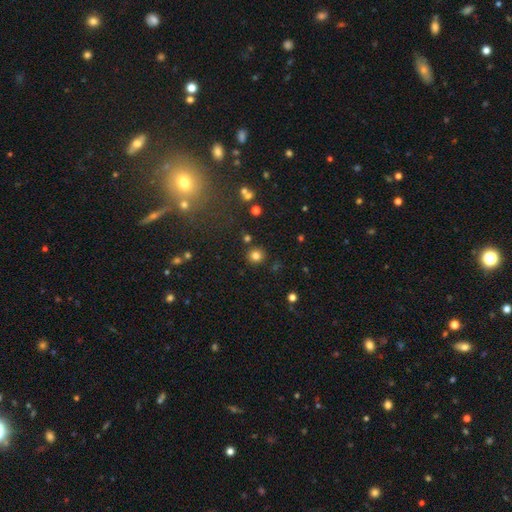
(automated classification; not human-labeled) Smooth or featured?
  - smooth: 80% *
  - star or artifact: 14%
  - featured or disk: 6%
How rounded?
  - round: 92% *
  - in between: 7%
  - cigar-shaped: 1%
Merging?
  - none: 88% *
  - minor disturbance: 6%
  - merger: 3%
  - major disturbance: 2%